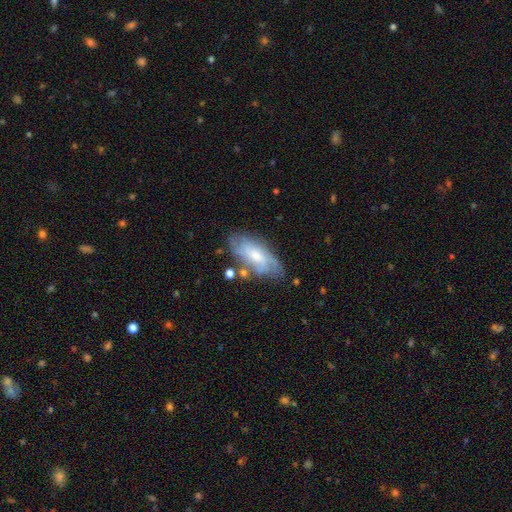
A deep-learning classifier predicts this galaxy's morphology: This appears to be a featured or disk galaxy (59%) with no bar (61%), spiral arms (79%) and a moderate central bulge (46%). Merging: none (65%).